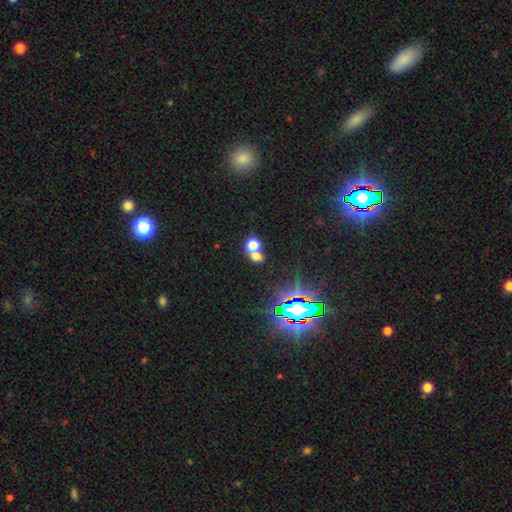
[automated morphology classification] Overall: smooth (65%). How rounded: round (59%; in between 39%). Merging: merger (58%; none 32%).